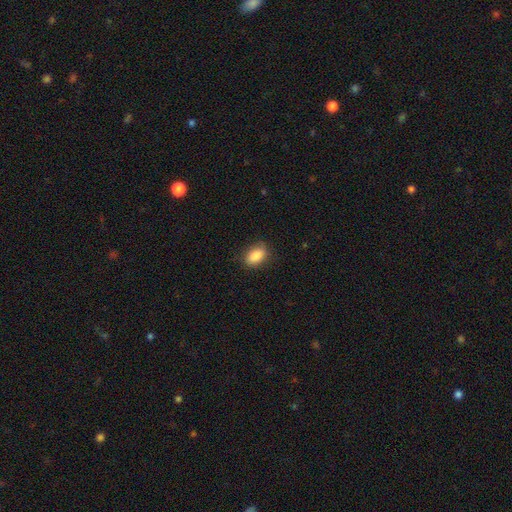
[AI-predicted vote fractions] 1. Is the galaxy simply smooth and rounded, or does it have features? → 88% smooth, 7% star or artifact, 5% featured or disk.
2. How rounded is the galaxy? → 89% in between, 9% round, 3% cigar-shaped.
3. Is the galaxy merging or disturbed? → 80% none, 16% minor disturbance, 3% major disturbance, 1% merger.